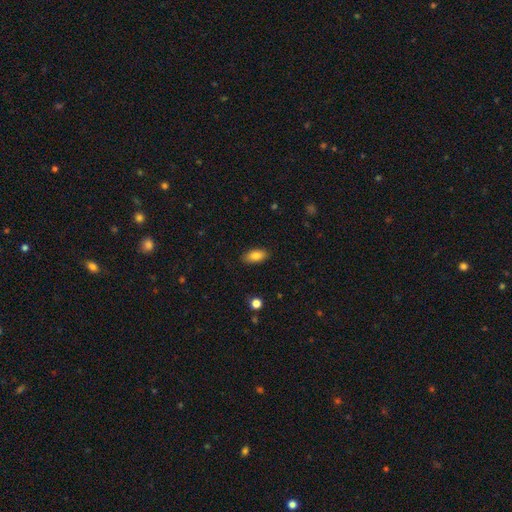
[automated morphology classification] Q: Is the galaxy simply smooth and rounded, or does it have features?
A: smooth — 85%.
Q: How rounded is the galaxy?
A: in between — 90%.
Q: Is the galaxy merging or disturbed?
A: none — 87%.